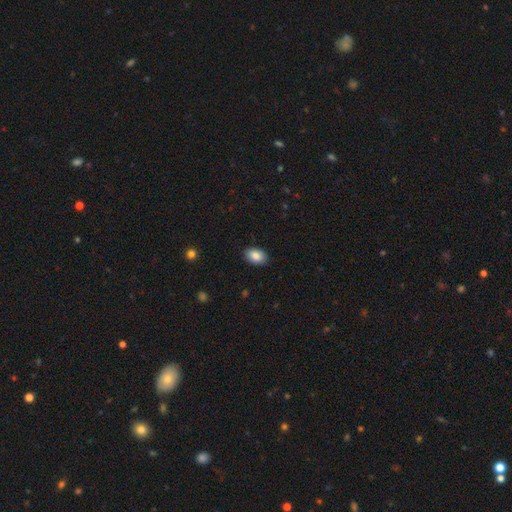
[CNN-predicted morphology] This appears to be a smooth galaxy with no disk features (86%) that is in between round and cigar-shaped (87%). Merging: none (88%).